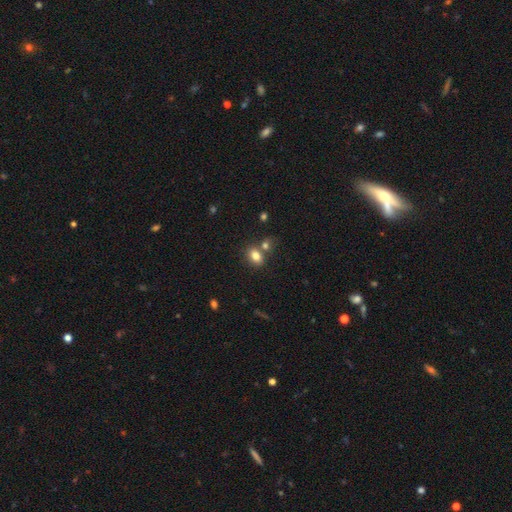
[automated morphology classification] type=smooth (81%); roundness=in between (76%); merging=none (59%).